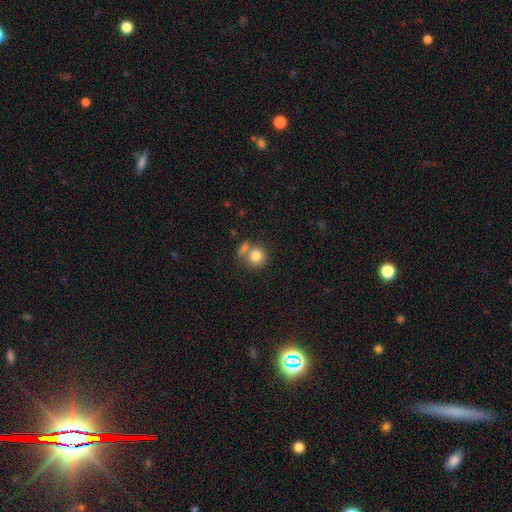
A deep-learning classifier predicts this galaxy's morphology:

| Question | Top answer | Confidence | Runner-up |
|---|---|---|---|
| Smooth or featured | smooth | 81% | featured or disk (10%) |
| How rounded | round | 86% | in between (13%) |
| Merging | none | 53% | merger (29%) |